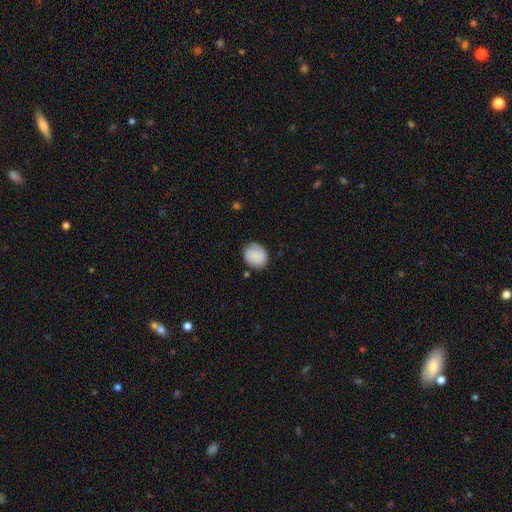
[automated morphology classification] Smooth or featured? Predicted: smooth (p=0.80). How rounded? Predicted: round (p=0.69). Merging? Predicted: none (p=0.75).